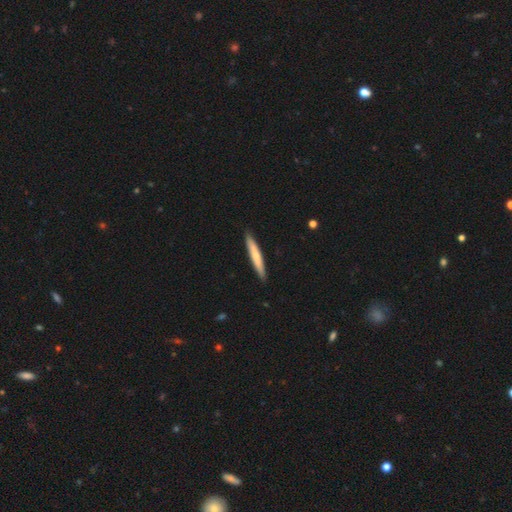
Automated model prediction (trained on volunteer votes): The model was most divided on "smooth or featured": smooth: 67%, featured or disk: 28%, star or artifact: 5%. More confident: how rounded — cigar-shaped (95%); merging — none (90%).